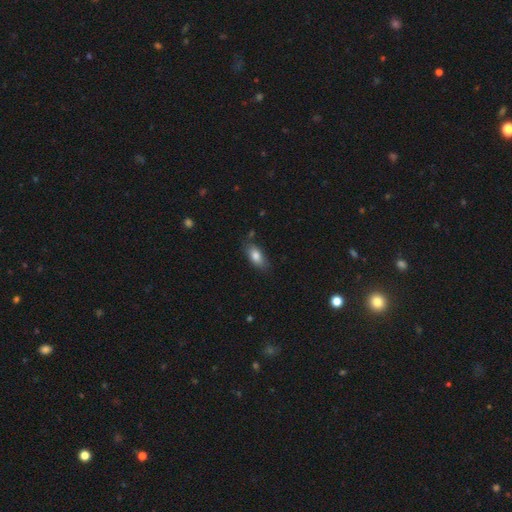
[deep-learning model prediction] smooth 81%, featured or disk 12%, star or artifact 7%. Down the decision tree: how rounded — in between (85%); merging — none (77%).